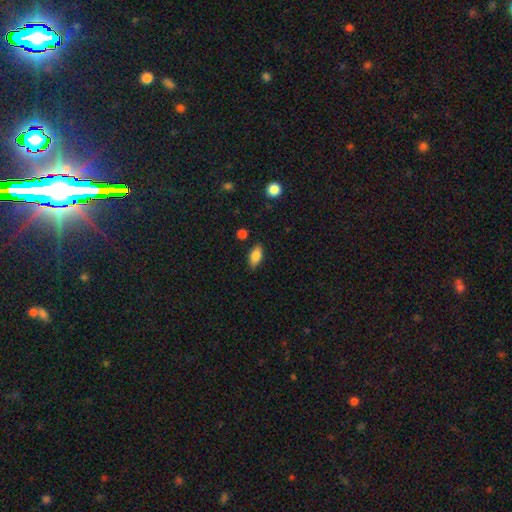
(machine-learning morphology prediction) A smooth galaxy with no disk features (82%) that is in between round and cigar-shaped (87%).

Vote fractions:
- Smooth or featured? smooth: 82% / featured or disk: 11% / star or artifact: 8%
- How rounded? in between: 87% / cigar-shaped: 9% / round: 4%
- Merging? none: 85% / minor disturbance: 11% / major disturbance: 2% / merger: 2%